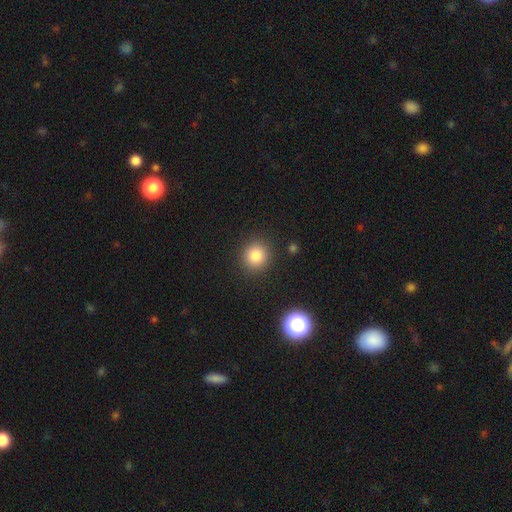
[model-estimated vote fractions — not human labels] smooth 83%, star or artifact 11%, featured or disk 6%. Down the decision tree: how rounded — round (89%); merging — none (89%).